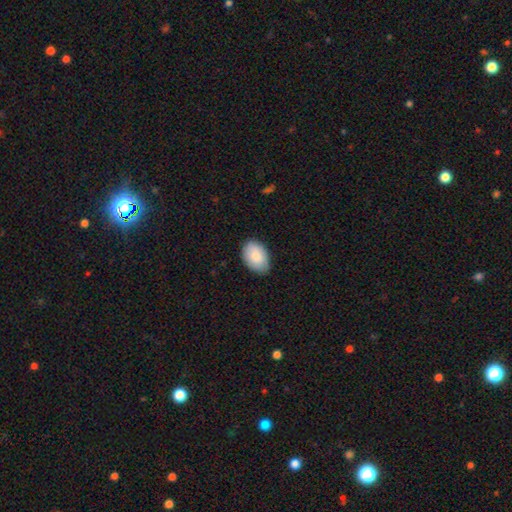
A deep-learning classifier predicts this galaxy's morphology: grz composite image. It shows a smooth galaxy with no disk features (85%) that is in between round and cigar-shaped (88%). Merging: none (83%).